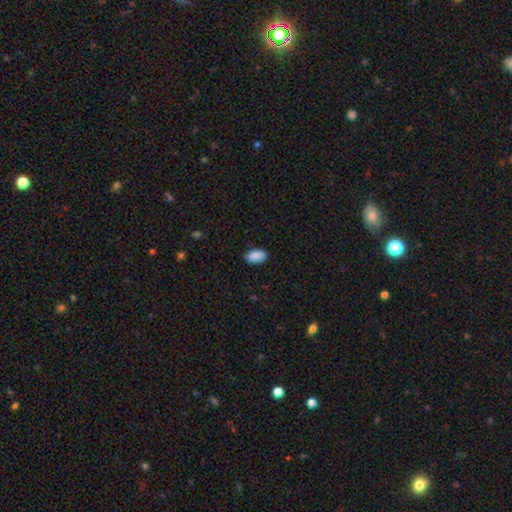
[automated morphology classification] smooth 90%, star or artifact 7%, featured or disk 3%. Down the decision tree: how rounded — in between (94%); merging — none (87%).